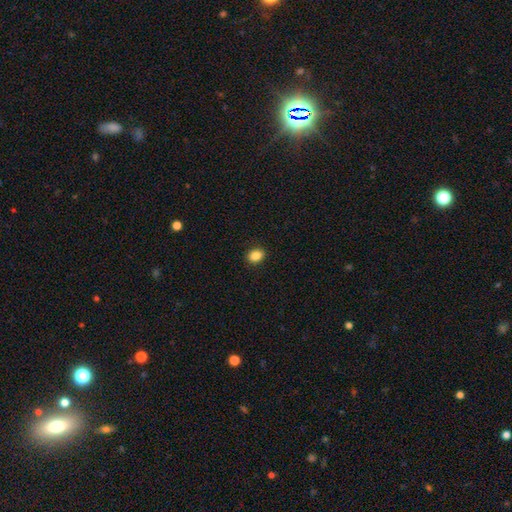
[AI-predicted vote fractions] smooth-or-featured: smooth: 87% | star or artifact: 10% | featured or disk: 4%
  how-rounded: in between: 60% | round: 39% | cigar-shaped: 1%
  merging: none: 91% | minor disturbance: 6% | major disturbance: 2% | merger: 1%